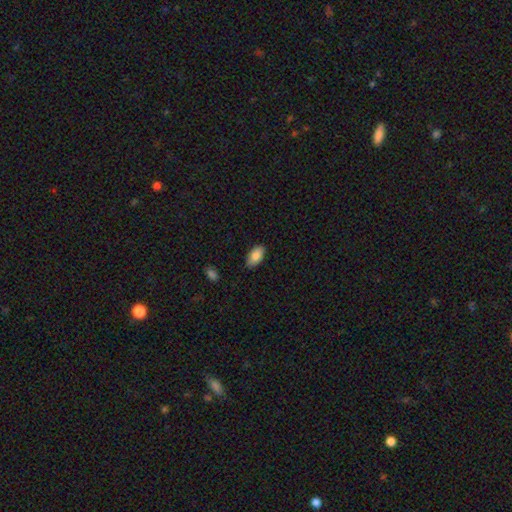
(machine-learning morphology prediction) Smooth or featured?
  - smooth: 86% *
  - featured or disk: 7%
  - star or artifact: 7%
How rounded?
  - in between: 94% *
  - cigar-shaped: 3%
  - round: 3%
Merging?
  - none: 85% *
  - minor disturbance: 12%
  - major disturbance: 2%
  - merger: 1%